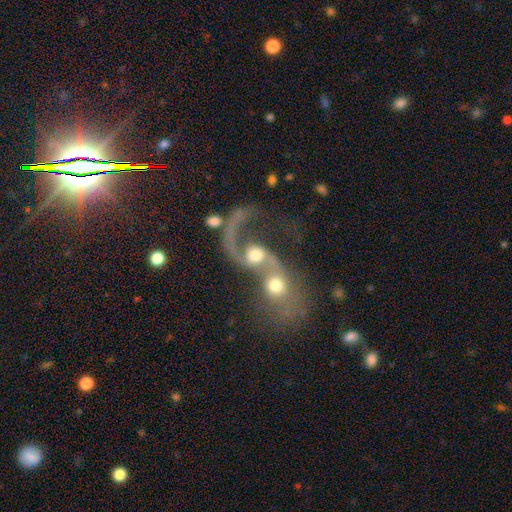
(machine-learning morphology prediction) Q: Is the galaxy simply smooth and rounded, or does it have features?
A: featured or disk — 69%.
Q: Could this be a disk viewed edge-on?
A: no — 96%.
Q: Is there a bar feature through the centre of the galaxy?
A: no — 65%.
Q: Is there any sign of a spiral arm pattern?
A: yes — 81%.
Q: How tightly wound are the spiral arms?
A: loose — 75%.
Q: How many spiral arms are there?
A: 2 — 51%.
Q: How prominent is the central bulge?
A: moderate — 58%.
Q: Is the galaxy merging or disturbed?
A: merger — 78%.